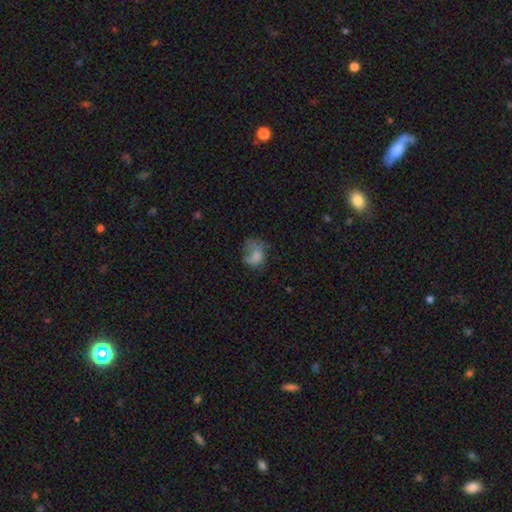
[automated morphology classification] smooth_or_featured: smooth (p=0.65) [alt: featured or disk p=0.23]
how_rounded: in between (p=0.55) [alt: round p=0.44]
merging: major disturbance (p=0.38) [alt: none p=0.30]